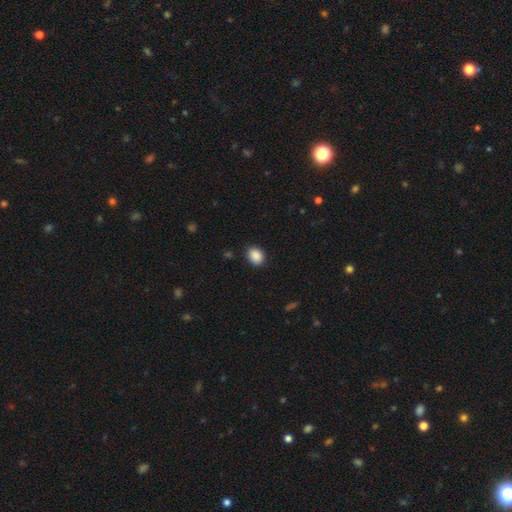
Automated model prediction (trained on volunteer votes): A smooth galaxy with no disk features (89%) that is in between round and cigar-shaped (61%).

Vote fractions:
- Smooth or featured? smooth: 89% / star or artifact: 8% / featured or disk: 3%
- How rounded? in between: 61% / round: 38% / cigar-shaped: 1%
- Merging? none: 88% / minor disturbance: 9% / major disturbance: 2% / merger: 1%